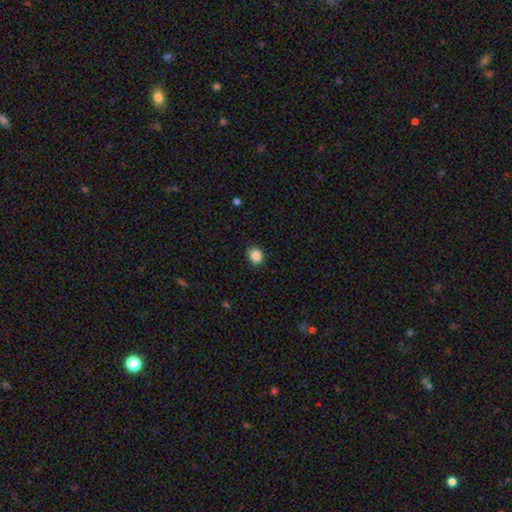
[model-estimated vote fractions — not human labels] A smooth galaxy with no disk features (87%) that is round (73%). Merging: none (89%).